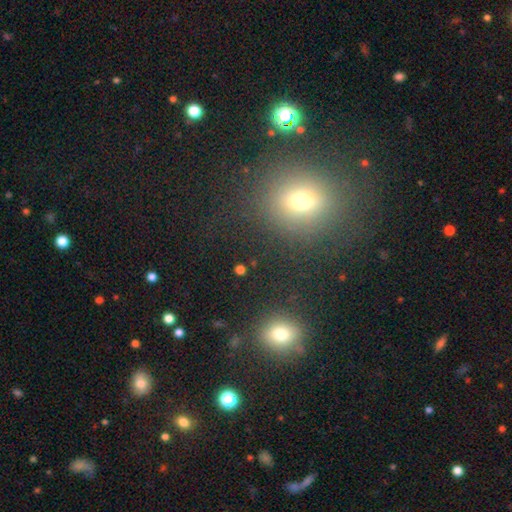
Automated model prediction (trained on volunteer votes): smooth-or-featured: smooth: 54% | star or artifact: 36% | featured or disk: 10%
  how-rounded: round: 73% | in between: 25% | cigar-shaped: 2%
  merging: none: 85% | minor disturbance: 8% | merger: 4% | major disturbance: 4%